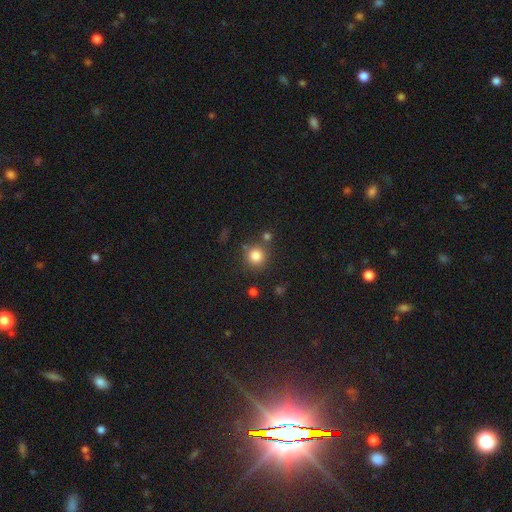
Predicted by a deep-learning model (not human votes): Smooth or featured?
  - smooth: 83% *
  - star or artifact: 12%
  - featured or disk: 6%
How rounded?
  - round: 92% *
  - in between: 7%
  - cigar-shaped: 1%
Merging?
  - none: 77% *
  - merger: 10%
  - minor disturbance: 9%
  - major disturbance: 4%